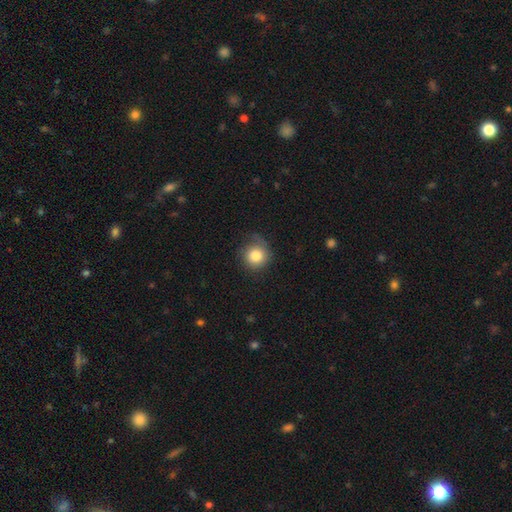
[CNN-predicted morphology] smooth_or_featured: smooth (p=0.81) [alt: featured or disk p=0.11]
how_rounded: round (p=0.91) [alt: in between p=0.08]
merging: none (p=0.65) [alt: minor disturbance p=0.23]